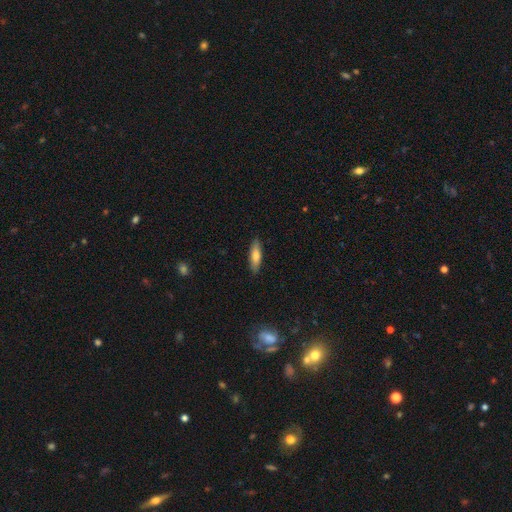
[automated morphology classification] A smooth galaxy with no disk features (71%) that is cigar-shaped (60%).

Vote fractions:
- Smooth or featured? smooth: 71% / featured or disk: 23% / star or artifact: 6%
- How rounded? cigar-shaped: 60% / in between: 38% / round: 2%
- Merging? none: 88% / minor disturbance: 9% / major disturbance: 2% / merger: 1%